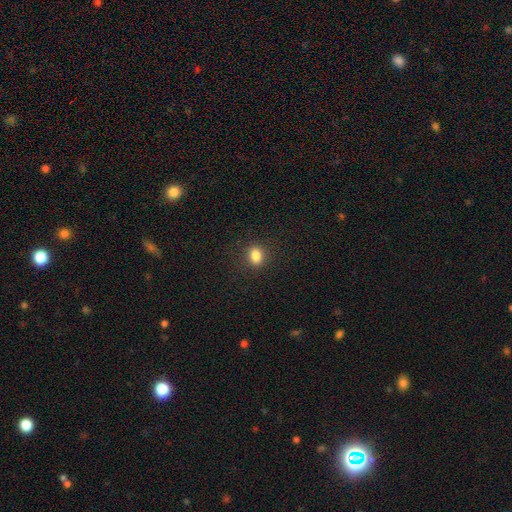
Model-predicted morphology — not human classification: smooth-or-featured: smooth: 84% | star or artifact: 12% | featured or disk: 5%
  how-rounded: in between: 59% | round: 40% | cigar-shaped: 2%
  merging: none: 88% | minor disturbance: 8% | major disturbance: 3% | merger: 1%